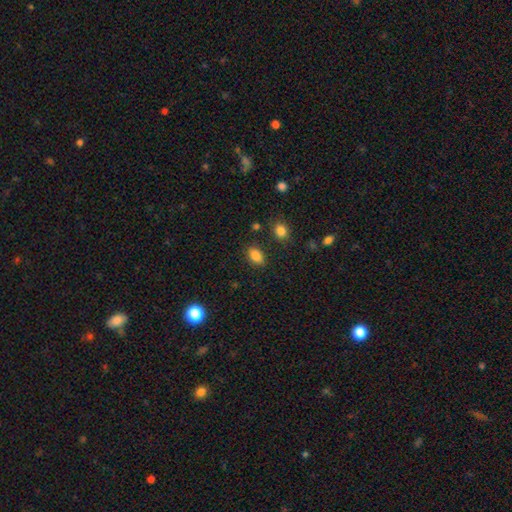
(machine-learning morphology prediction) This appears to be a smooth galaxy with no disk features (85%) that is in between round and cigar-shaped (83%). Merging: none (82%).